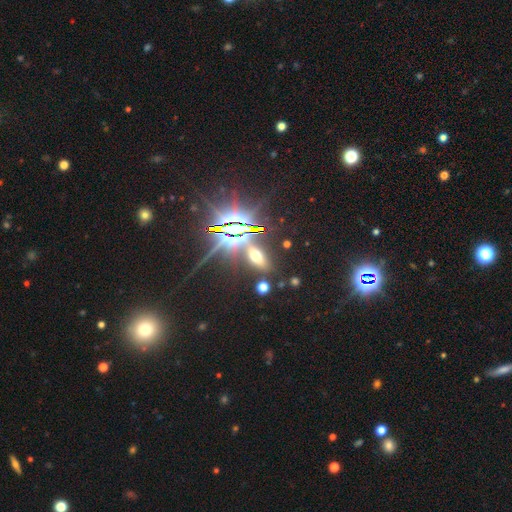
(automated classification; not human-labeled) Morphology: type=smooth (42%); merging=none (76%).